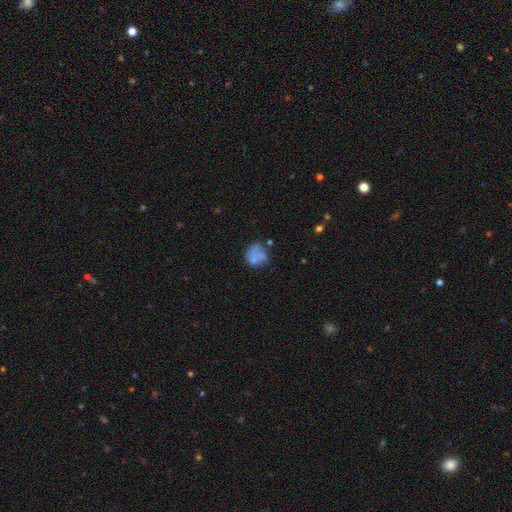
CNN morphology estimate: Smooth or featured? Predicted: smooth (p=0.65). How rounded? Predicted: round (p=0.68). Merging? Predicted: none (p=0.47).